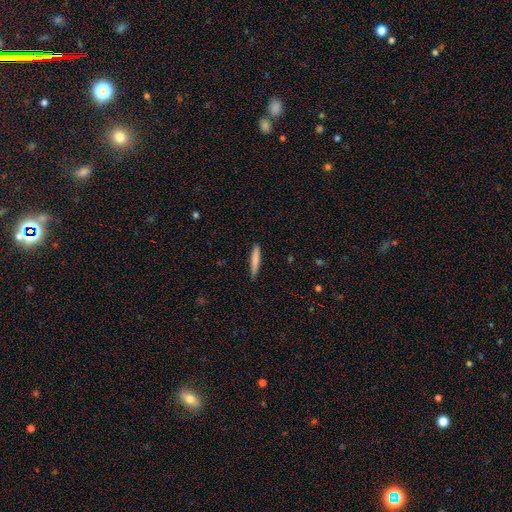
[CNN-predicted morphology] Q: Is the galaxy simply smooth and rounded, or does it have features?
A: smooth — 71%.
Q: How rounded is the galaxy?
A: cigar-shaped — 95%.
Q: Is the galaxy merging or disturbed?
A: none — 90%.